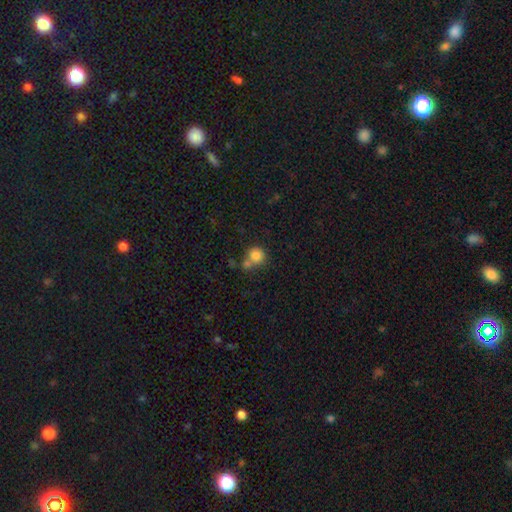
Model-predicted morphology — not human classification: A smooth galaxy with no disk features (82%) that is round (88%).

Vote fractions:
- Smooth or featured? smooth: 82% / star or artifact: 10% / featured or disk: 8%
- How rounded? round: 88% / in between: 11% / cigar-shaped: 1%
- Merging? none: 49% / merger: 36% / minor disturbance: 11% / major disturbance: 5%